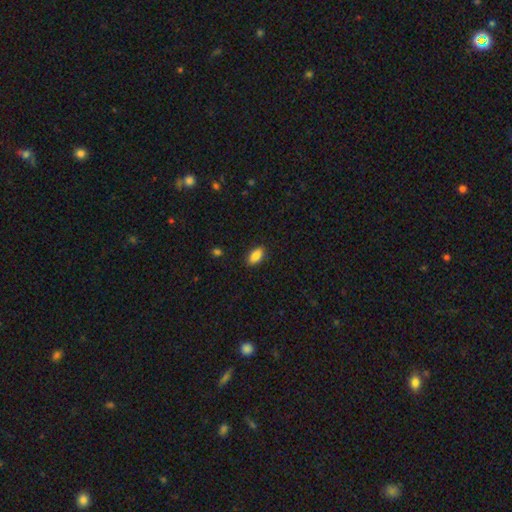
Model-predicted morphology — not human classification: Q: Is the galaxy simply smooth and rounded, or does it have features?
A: smooth — 85%.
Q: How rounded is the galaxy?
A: in between — 86%.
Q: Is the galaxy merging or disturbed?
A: none — 87%.